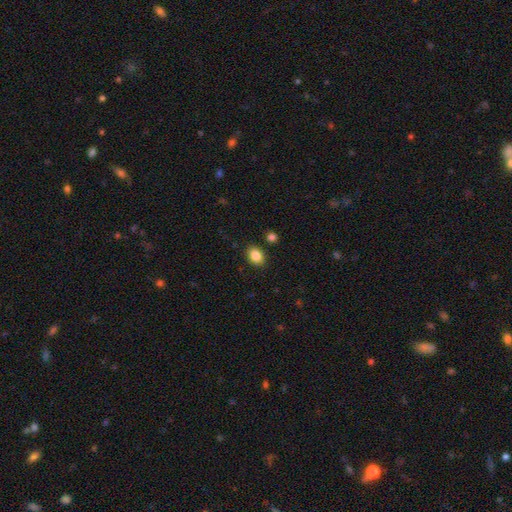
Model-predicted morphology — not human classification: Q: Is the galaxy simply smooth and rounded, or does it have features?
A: smooth — 86%.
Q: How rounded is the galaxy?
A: in between — 69%.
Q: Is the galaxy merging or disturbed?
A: none — 86%.